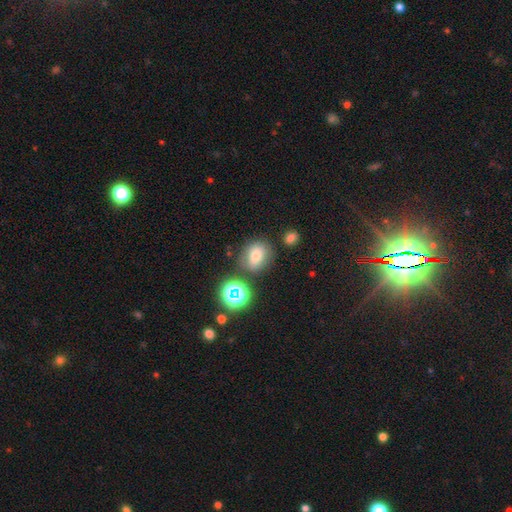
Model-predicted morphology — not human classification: Q: Smooth or featured?
A: smooth (70%); runner-up: star or artifact (17%)
Q: How rounded?
A: round (60%); runner-up: in between (39%)
Q: Merging?
A: none (73%); runner-up: minor disturbance (14%)